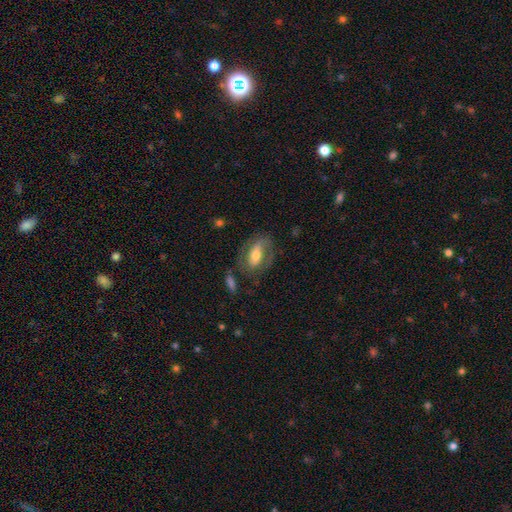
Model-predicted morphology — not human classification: Smooth or featured? Predicted: featured or disk (p=0.58). Edge-on disk? Predicted: no (p=0.90). Bar? Predicted: strong (p=0.35). Spiral arms? Predicted: yes (p=0.64). Bulge size? Predicted: moderate (p=0.60). Merging? Predicted: none (p=0.63).